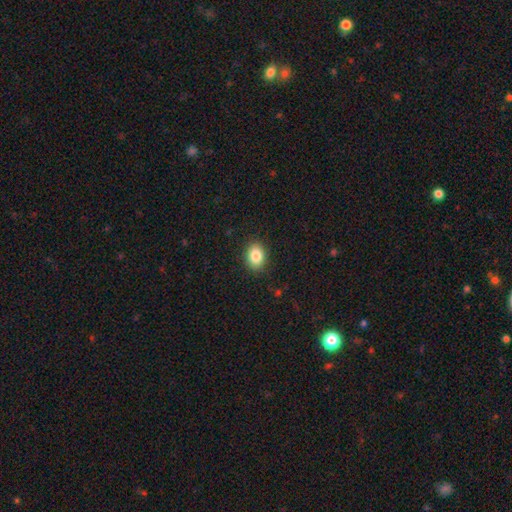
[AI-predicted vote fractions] smooth_or_featured: smooth (p=0.84) [alt: star or artifact p=0.09]
how_rounded: in between (p=0.66) [alt: round p=0.33]
merging: none (p=0.88) [alt: minor disturbance p=0.08]